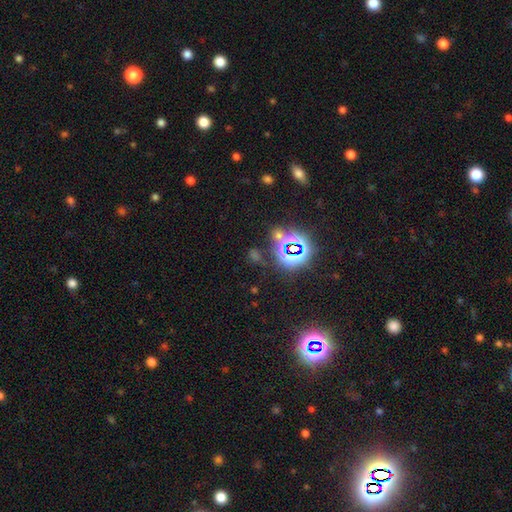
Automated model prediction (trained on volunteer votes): Smooth or featured: star or artifact — 69% (smooth — 23%)